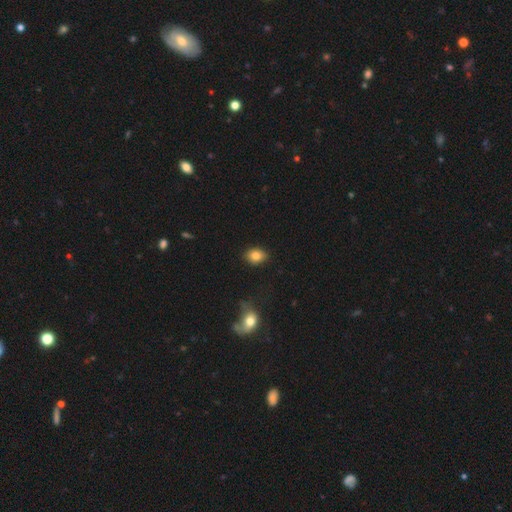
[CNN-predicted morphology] Overall: smooth (83%). How rounded: in between (62%; round 36%). Merging: none (85%).